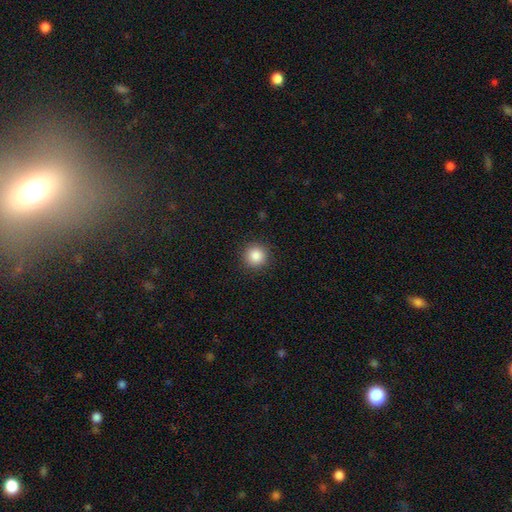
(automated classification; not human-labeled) Morphology: type=smooth (87%); roundness=round (95%); merging=none (91%).